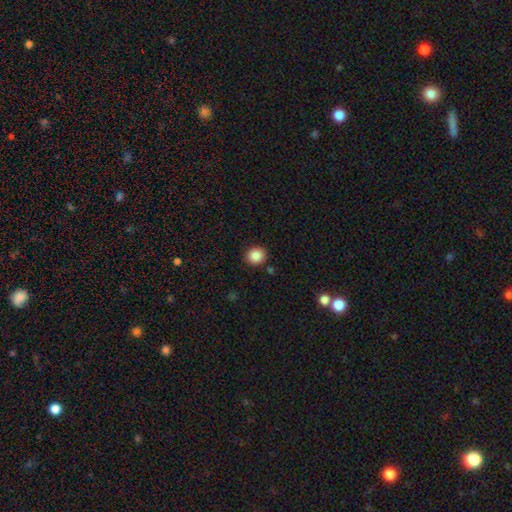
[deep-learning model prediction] Smooth or featured: smooth — 87% (star or artifact — 9%)
How rounded: round — 83% (in between — 16%)
Merging: none — 89% (minor disturbance — 7%)